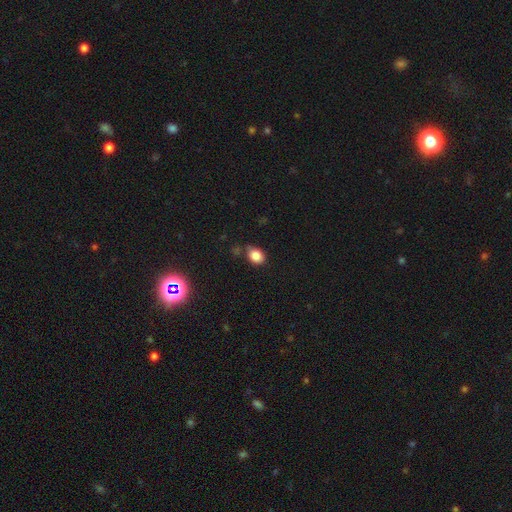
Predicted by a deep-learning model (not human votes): A smooth galaxy with no disk features (85%) that is in between round and cigar-shaped (57%).

Vote fractions:
- Smooth or featured? smooth: 85% / star or artifact: 10% / featured or disk: 5%
- How rounded? in between: 57% / round: 42% / cigar-shaped: 1%
- Merging? none: 69% / minor disturbance: 20% / merger: 6% / major disturbance: 5%